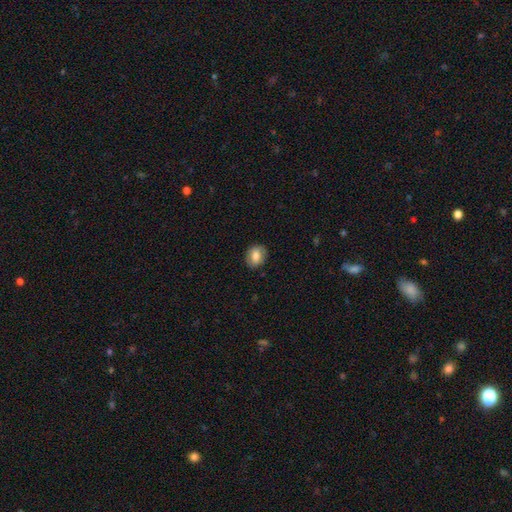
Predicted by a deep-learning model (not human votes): Smooth or featured? Predicted: smooth (p=0.77). How rounded? Predicted: in between (p=0.51). Merging? Predicted: none (p=0.86).